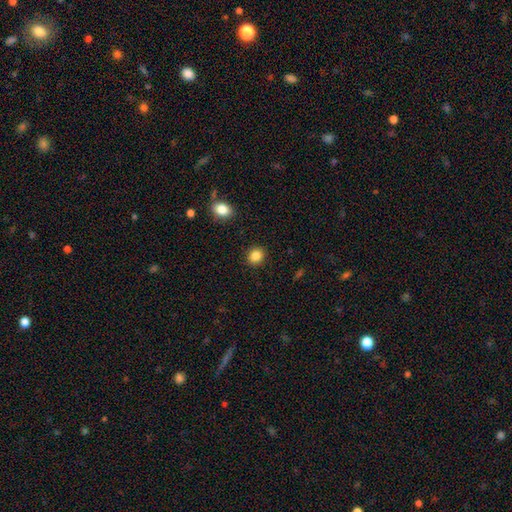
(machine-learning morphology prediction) Overall: smooth (85%). How rounded: round (72%). Merging: none (90%).